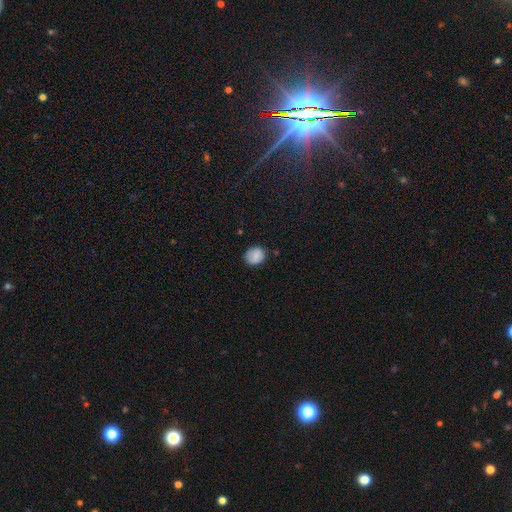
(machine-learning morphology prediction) A smooth galaxy with no disk features (78%) that is round (76%).

Vote fractions:
- Smooth or featured? smooth: 78% / featured or disk: 13% / star or artifact: 9%
- How rounded? round: 76% / in between: 23% / cigar-shaped: 1%
- Merging? none: 80% / minor disturbance: 16% / major disturbance: 3% / merger: 2%